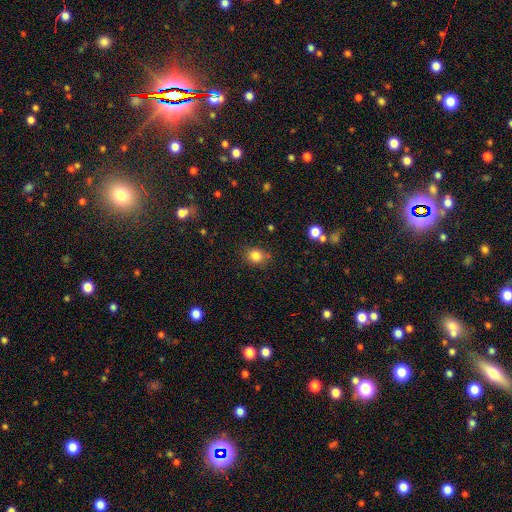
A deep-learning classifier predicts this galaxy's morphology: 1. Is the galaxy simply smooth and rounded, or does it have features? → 83% smooth, 11% star or artifact, 6% featured or disk.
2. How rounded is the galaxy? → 63% round, 36% in between, 1% cigar-shaped.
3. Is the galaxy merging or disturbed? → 79% none, 15% minor disturbance, 4% major disturbance, 2% merger.